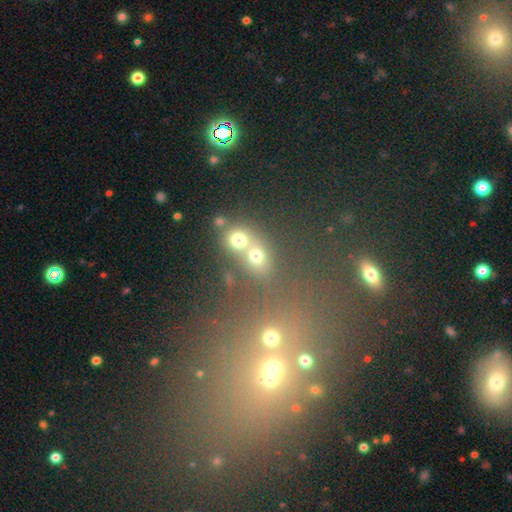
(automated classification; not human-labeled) Morphology: type=smooth (66%); roundness=round (75%); merging=merger (50%).